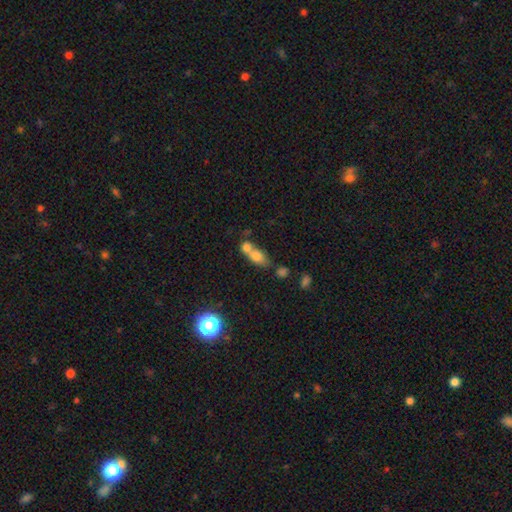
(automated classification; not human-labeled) This is likely a smooth galaxy (72%). How rounded: likely in between (70%). Merging: likely merger (64%).